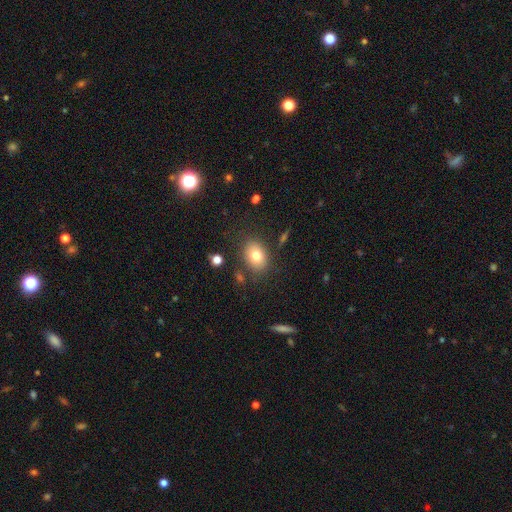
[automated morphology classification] A smooth galaxy with no disk features (78%) that is in between round and cigar-shaped (66%).

Vote fractions:
- Smooth or featured? smooth: 78% / featured or disk: 12% / star or artifact: 10%
- How rounded? in between: 66% / round: 33% / cigar-shaped: 1%
- Merging? none: 82% / minor disturbance: 11% / major disturbance: 4% / merger: 3%